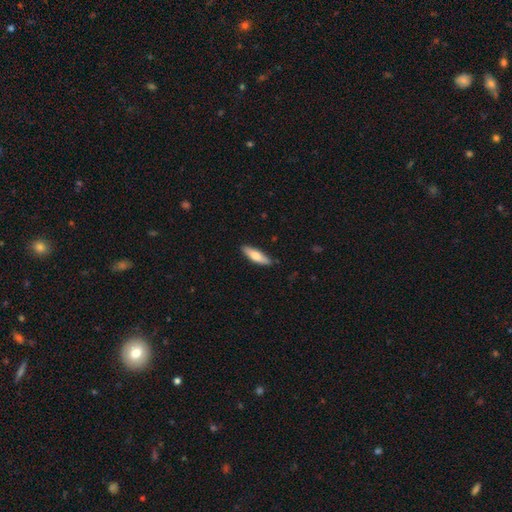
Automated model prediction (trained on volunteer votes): A smooth galaxy with no disk features (69%) that is cigar-shaped (56%). Merging: none (87%).